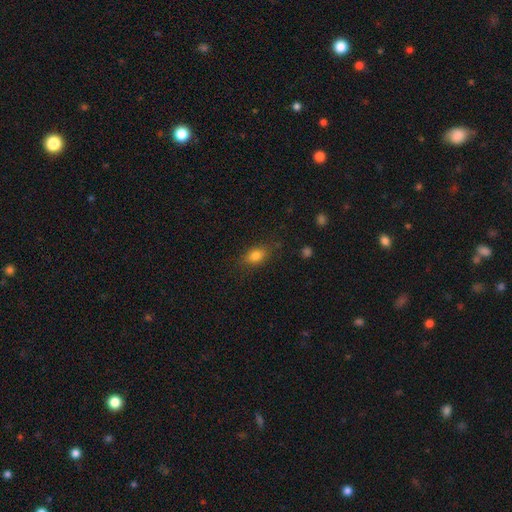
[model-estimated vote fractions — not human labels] This appears to be a smooth galaxy with no disk features (81%) that is in between round and cigar-shaped (79%). Merging: none (79%).